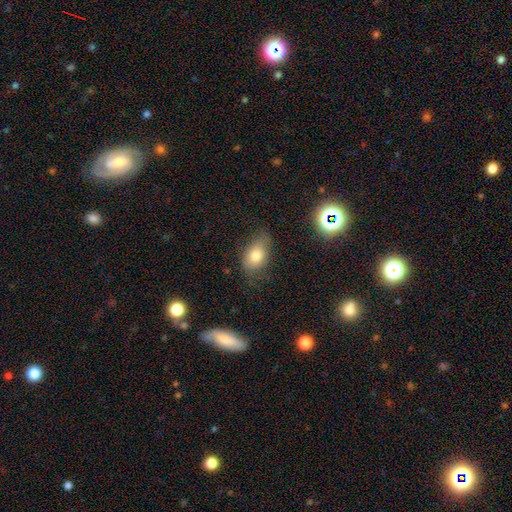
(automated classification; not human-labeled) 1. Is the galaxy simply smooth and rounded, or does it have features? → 76% smooth, 14% featured or disk, 10% star or artifact.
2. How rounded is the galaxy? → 85% in between, 13% round, 3% cigar-shaped.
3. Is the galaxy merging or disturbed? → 64% none, 26% minor disturbance, 8% major disturbance, 2% merger.